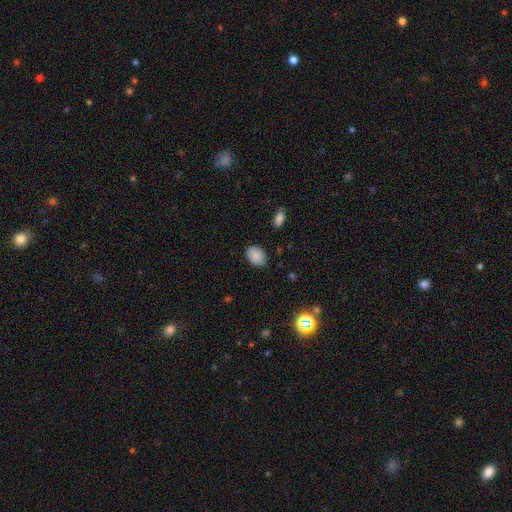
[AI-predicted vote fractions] Morphology: type=smooth (87%); roundness=in between (73%); merging=none (82%).